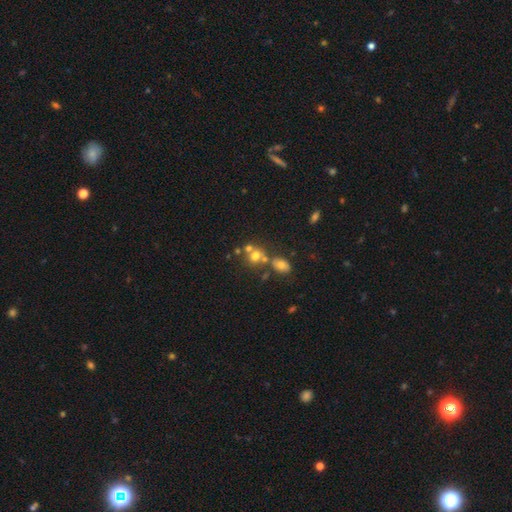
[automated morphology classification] Q: Smooth or featured?
A: smooth (64%); runner-up: featured or disk (19%)
Q: How rounded?
A: round (72%); runner-up: in between (26%)
Q: Merging?
A: none (43%); runner-up: merger (42%)